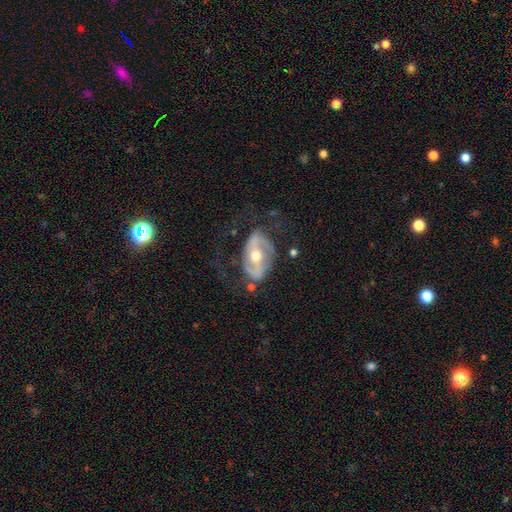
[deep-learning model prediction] Morphology: type=featured or disk (80%); edge-on=no (94%); bar=strong (38%); spiral arms=yes (81%); winding=medium (42%); arm count=2 (81%); bulge=moderate (68%); merging=none (56%).